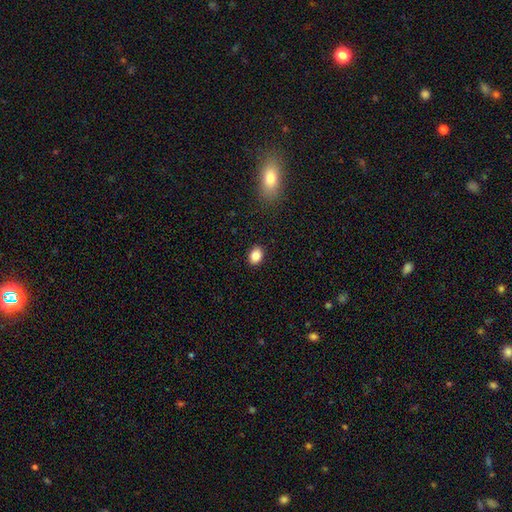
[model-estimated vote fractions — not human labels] Overall: smooth (85%). How rounded: in between (68%; round 31%). Merging: none (90%).